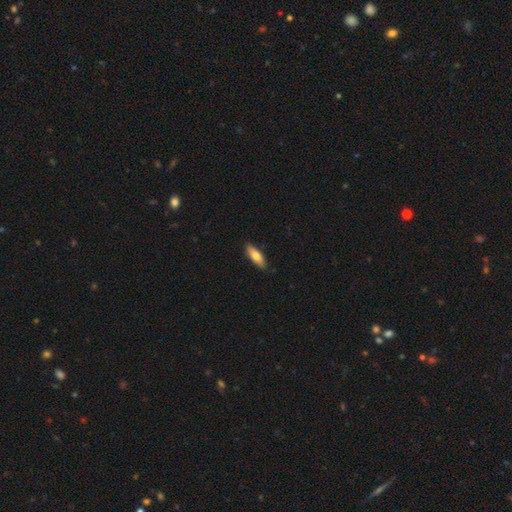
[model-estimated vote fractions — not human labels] Smooth or featured: smooth — 75% (featured or disk — 19%)
How rounded: in between — 58% (cigar-shaped — 40%)
Merging: none — 88% (minor disturbance — 10%)